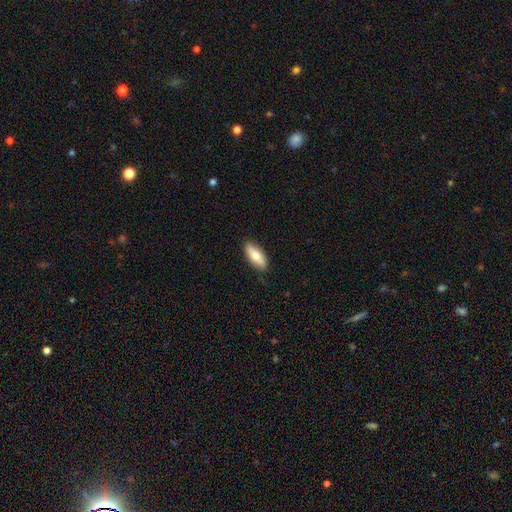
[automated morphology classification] smooth 76%, featured or disk 19%, star or artifact 6%. Down the decision tree: how rounded — in between (77%); merging — none (83%).